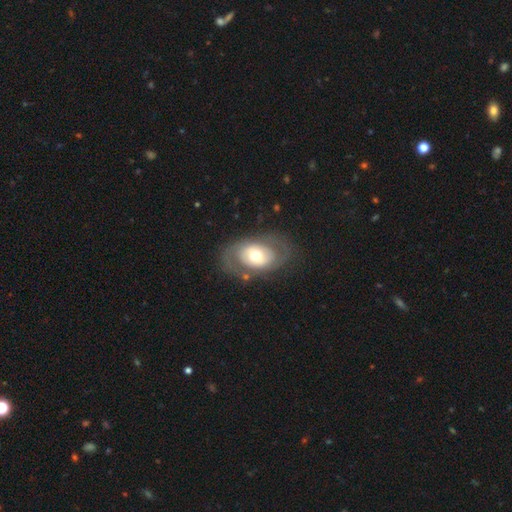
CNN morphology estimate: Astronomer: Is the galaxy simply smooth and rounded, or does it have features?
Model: featured or disk — 56% (runner-up: smooth, 38%).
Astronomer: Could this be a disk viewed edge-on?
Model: no — 93%.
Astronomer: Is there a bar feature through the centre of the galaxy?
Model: no — 78%.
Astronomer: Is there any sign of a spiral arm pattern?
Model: no — 61% (runner-up: yes, 39%).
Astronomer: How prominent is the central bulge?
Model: moderate — 66%.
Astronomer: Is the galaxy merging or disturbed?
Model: none — 72%.